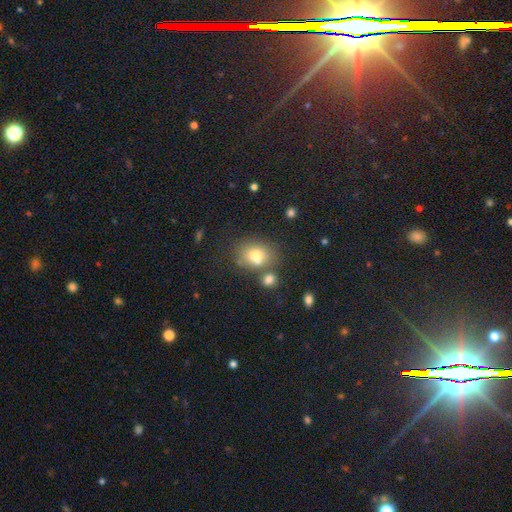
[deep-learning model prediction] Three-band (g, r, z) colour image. It shows a smooth galaxy with no disk features (71%) that is round (53%). Merging: none (57%).